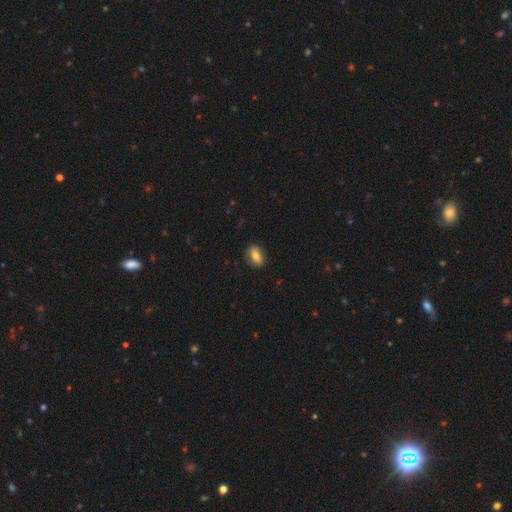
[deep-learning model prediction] A smooth galaxy with no disk features (69%) that is in between round and cigar-shaped (81%).

Vote fractions:
- Smooth or featured? smooth: 69% / featured or disk: 22% / star or artifact: 8%
- How rounded? in between: 81% / round: 13% / cigar-shaped: 5%
- Merging? none: 83% / minor disturbance: 13% / major disturbance: 3% / merger: 1%